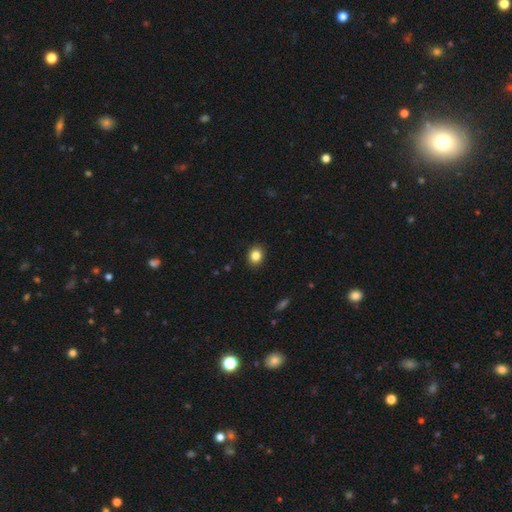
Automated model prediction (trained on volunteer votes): This appears to be a smooth galaxy with no disk features (85%) that is round (65%). Merging: none (90%).